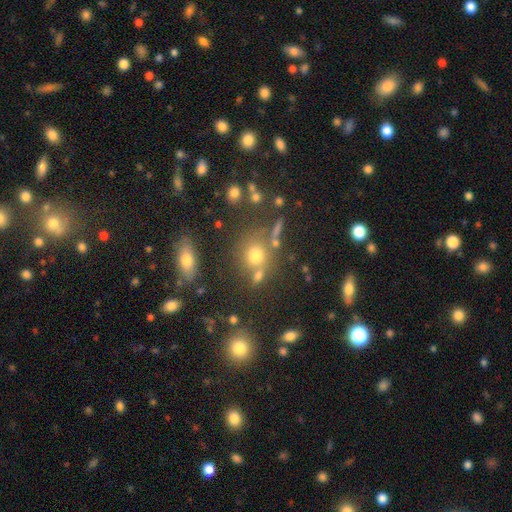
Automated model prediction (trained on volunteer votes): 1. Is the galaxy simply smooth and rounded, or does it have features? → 64% smooth, 21% star or artifact, 14% featured or disk.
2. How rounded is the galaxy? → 76% round, 22% in between, 2% cigar-shaped.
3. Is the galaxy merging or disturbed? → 62% none, 21% merger, 12% minor disturbance, 5% major disturbance.